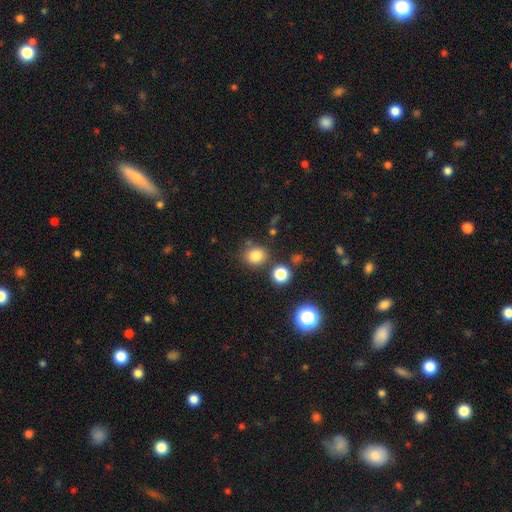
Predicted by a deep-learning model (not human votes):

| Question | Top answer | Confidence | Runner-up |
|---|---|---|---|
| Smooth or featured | smooth | 80% | star or artifact (14%) |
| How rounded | round | 78% | in between (21%) |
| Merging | none | 77% | minor disturbance (11%) |